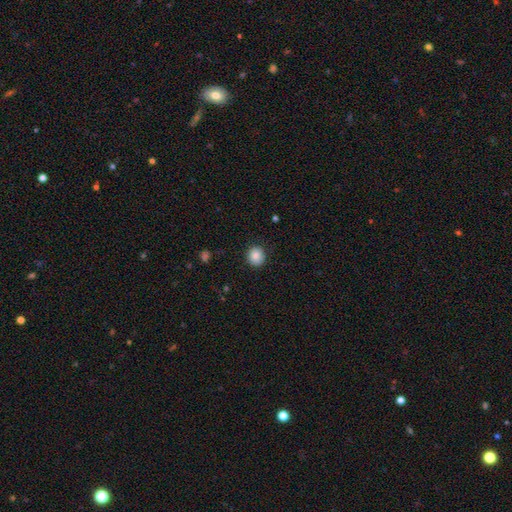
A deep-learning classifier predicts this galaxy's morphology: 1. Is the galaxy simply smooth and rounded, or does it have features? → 85% smooth, 9% star or artifact, 6% featured or disk.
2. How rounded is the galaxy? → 85% round, 14% in between, 1% cigar-shaped.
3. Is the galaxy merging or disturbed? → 88% none, 9% minor disturbance, 2% major disturbance, 1% merger.